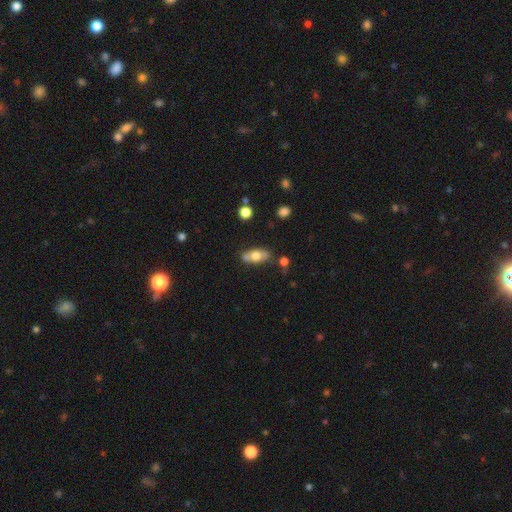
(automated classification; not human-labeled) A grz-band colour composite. It shows a smooth galaxy with no disk features (64%) that is in between round and cigar-shaped (80%). Merging: none (64%).